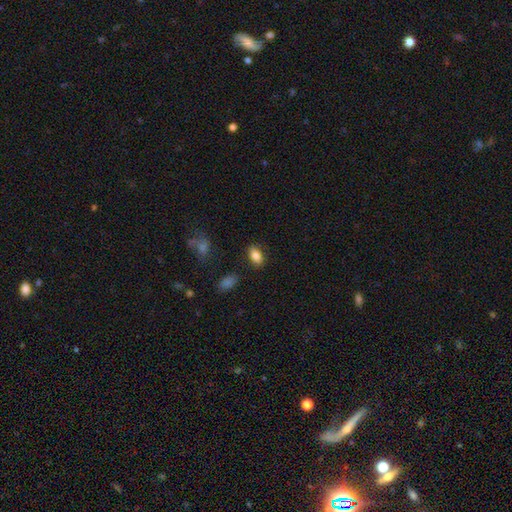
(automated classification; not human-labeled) This appears to be a smooth galaxy with no disk features (82%) that is in between round and cigar-shaped (89%). Merging: none (84%).